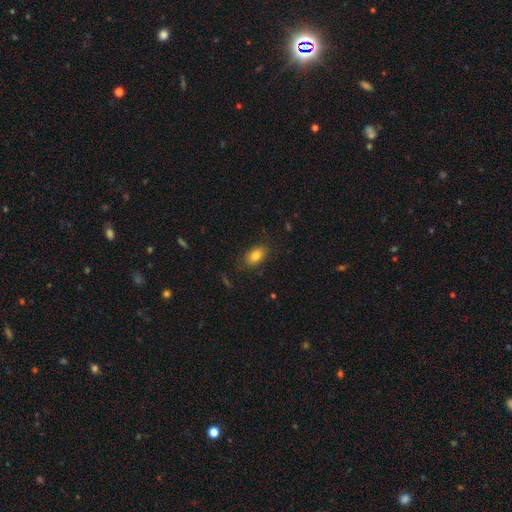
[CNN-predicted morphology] This appears to be a smooth galaxy with no disk features (81%) that is in between round and cigar-shaped (87%). Merging: none (82%).